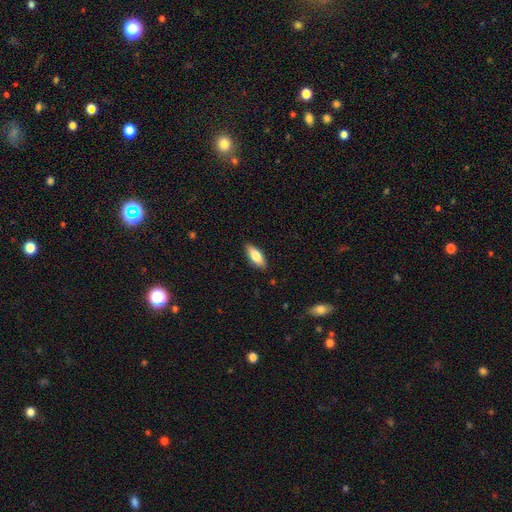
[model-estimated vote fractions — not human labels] Smooth or featured? Predicted: smooth (p=0.77). How rounded? Predicted: in between (p=0.73). Merging? Predicted: none (p=0.87).